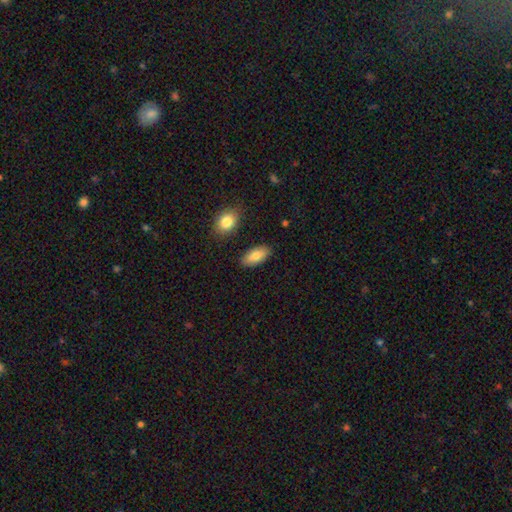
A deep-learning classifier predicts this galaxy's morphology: Smooth or featured?
  - smooth: 80% *
  - featured or disk: 13%
  - star or artifact: 6%
How rounded?
  - in between: 90% *
  - cigar-shaped: 7%
  - round: 3%
Merging?
  - none: 86% *
  - minor disturbance: 9%
  - merger: 3%
  - major disturbance: 2%